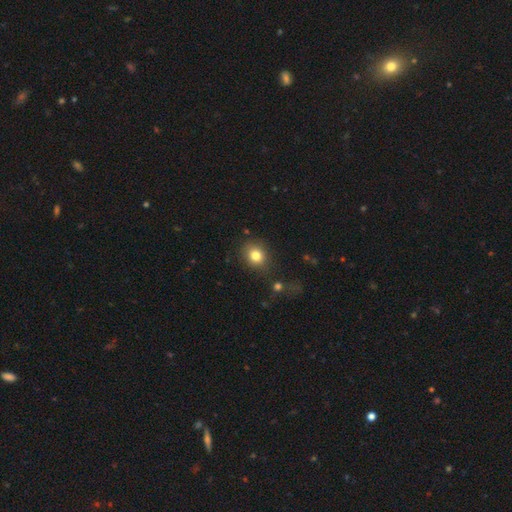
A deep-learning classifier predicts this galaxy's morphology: This appears to be a smooth galaxy with no disk features (81%) that is round (69%). Merging: none (81%).